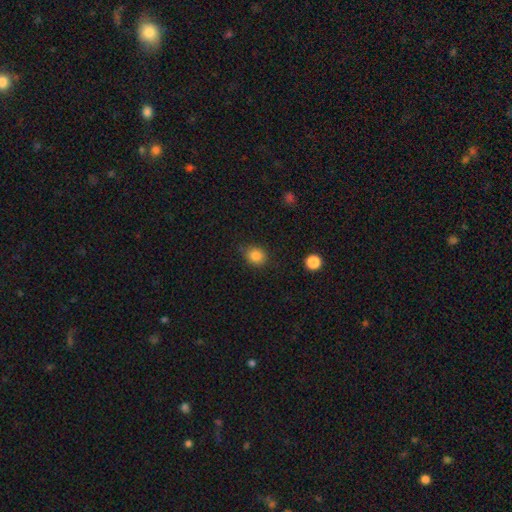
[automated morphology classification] A smooth galaxy with no disk features (84%) that is round (75%). Merging: none (81%).